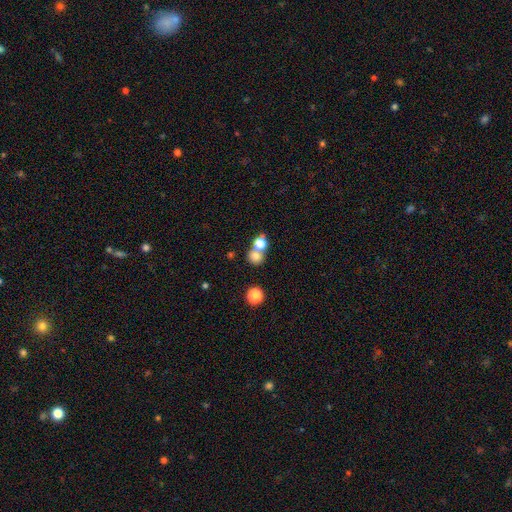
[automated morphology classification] This is likely a smooth galaxy (75%). How rounded: likely round (78%). Merging: marginally merger (45%).